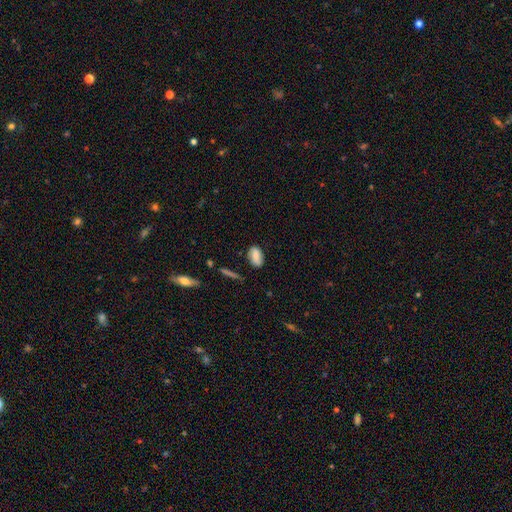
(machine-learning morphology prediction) smooth_or_featured: smooth (p=0.82) [alt: featured or disk p=0.10]
how_rounded: in between (p=0.91) [alt: round p=0.05]
merging: none (p=0.74) [alt: minor disturbance p=0.19]